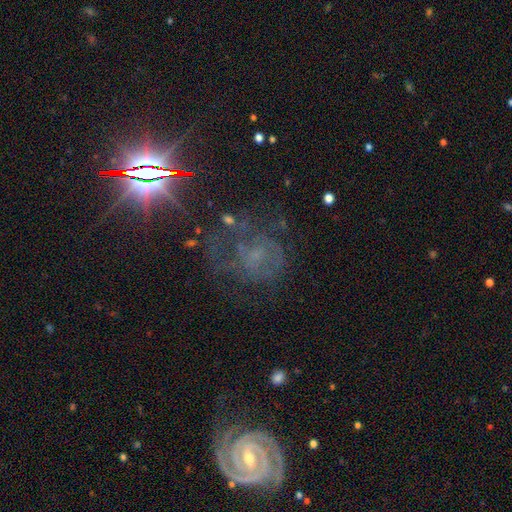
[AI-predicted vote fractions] smooth_or_featured: featured or disk (p=0.45) [alt: star or artifact p=0.38]
merging: none (p=0.55) [alt: major disturbance p=0.23]